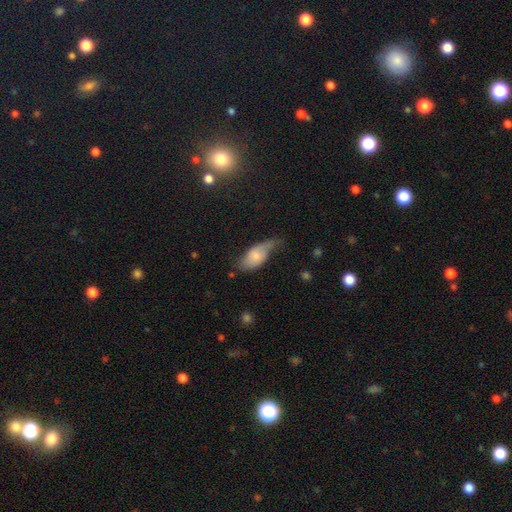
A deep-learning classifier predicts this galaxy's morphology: A smooth galaxy with no disk features (62%) that is in between round and cigar-shaped (90%).

Vote fractions:
- Smooth or featured? smooth: 62% / featured or disk: 31% / star or artifact: 7%
- How rounded? in between: 90% / cigar-shaped: 7% / round: 4%
- Merging? minor disturbance: 42% / none: 33% / major disturbance: 22% / merger: 3%